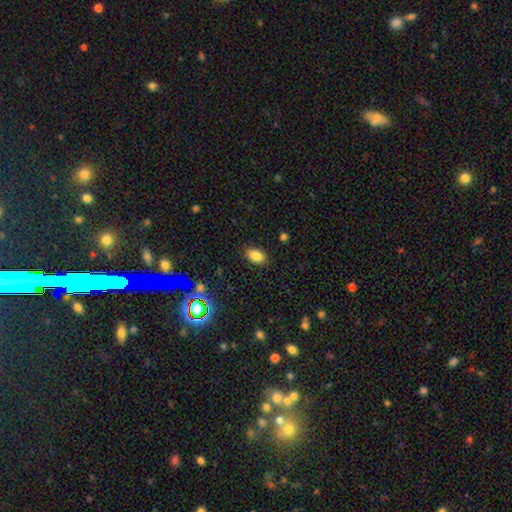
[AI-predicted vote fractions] A smooth galaxy with no disk features (83%) that is in between round and cigar-shaped (88%). Merging: none (87%).